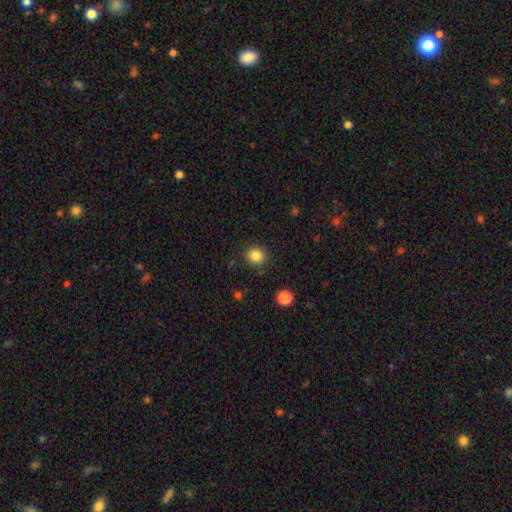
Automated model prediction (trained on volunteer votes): This is clearly a smooth galaxy (84%). How rounded: clearly round (87%). Merging: clearly none (89%).